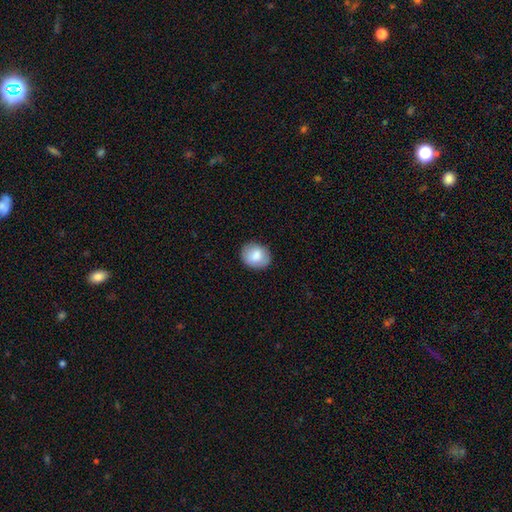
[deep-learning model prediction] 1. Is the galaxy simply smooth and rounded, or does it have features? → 81% smooth, 12% featured or disk, 7% star or artifact.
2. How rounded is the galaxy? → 57% round, 42% in between, 1% cigar-shaped.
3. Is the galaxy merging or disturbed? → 86% none, 11% minor disturbance, 3% major disturbance, 1% merger.